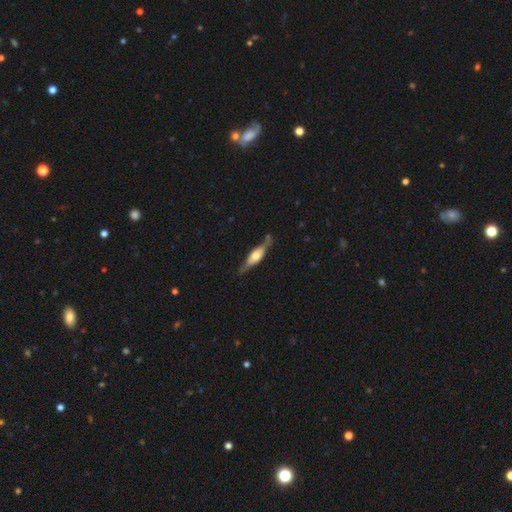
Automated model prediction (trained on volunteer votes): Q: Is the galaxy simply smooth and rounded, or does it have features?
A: featured or disk — 61%.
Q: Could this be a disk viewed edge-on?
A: yes — 90%.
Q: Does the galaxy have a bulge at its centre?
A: rounded — 78%.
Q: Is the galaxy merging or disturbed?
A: none — 70%.